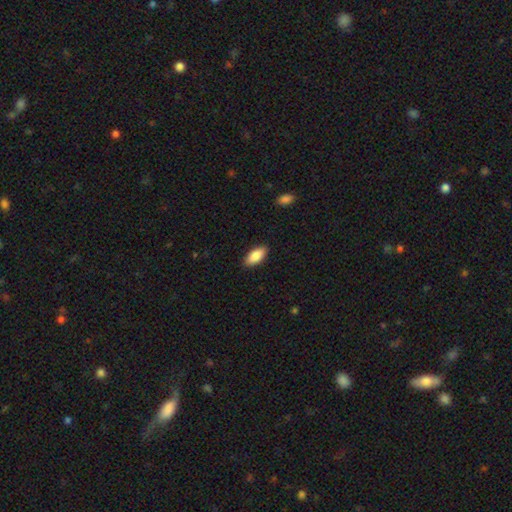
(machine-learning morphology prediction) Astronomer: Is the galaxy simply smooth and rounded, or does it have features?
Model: smooth — 87%.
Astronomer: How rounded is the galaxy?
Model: in between — 90%.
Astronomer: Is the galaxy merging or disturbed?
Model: none — 89%.